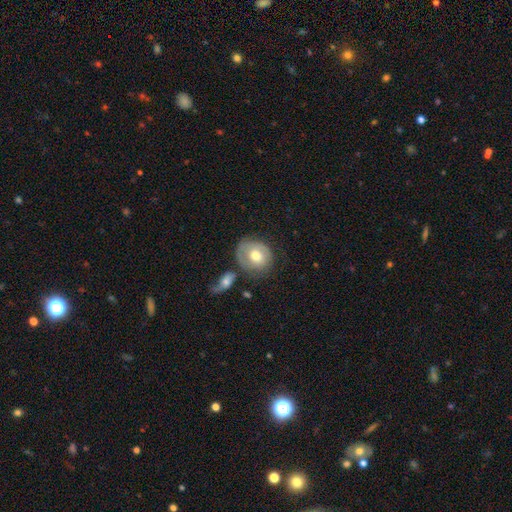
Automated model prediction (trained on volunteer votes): Smooth or featured? smooth (55%)
How rounded? round (64%)
Merging? none (51%)